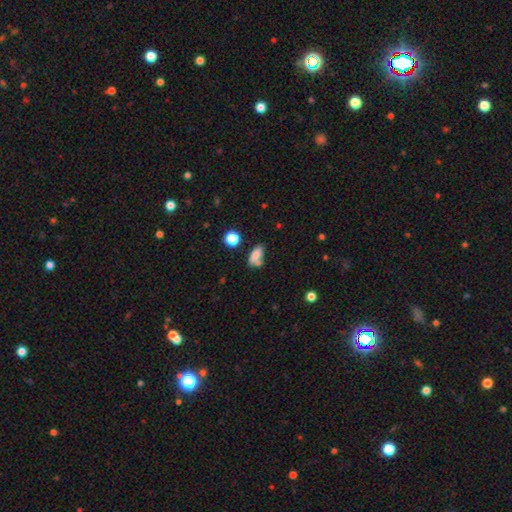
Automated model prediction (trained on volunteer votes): smooth_or_featured: smooth (p=0.79) [alt: star or artifact p=0.11]
how_rounded: in between (p=0.78) [alt: cigar-shaped p=0.14]
merging: none (p=0.51) [alt: merger p=0.25]